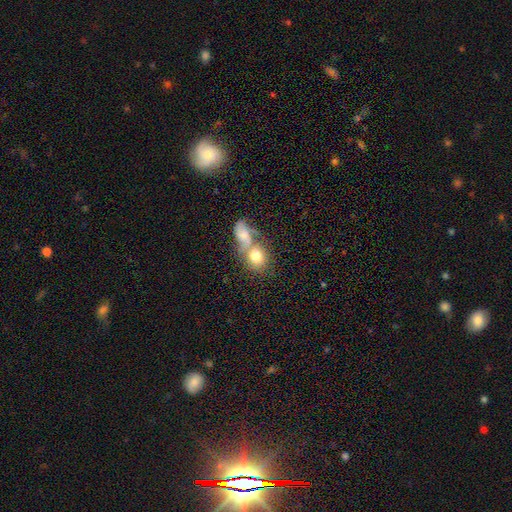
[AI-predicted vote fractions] Overall: smooth (75%). How rounded: round (53%; in between 45%). Merging: merger (57%; none 29%).